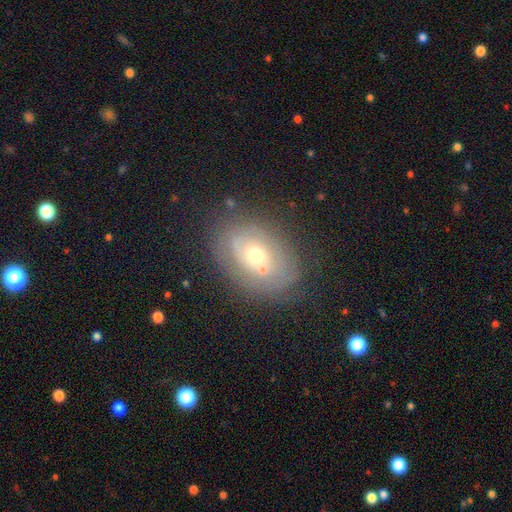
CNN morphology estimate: Smooth or featured? featured or disk (51%)
Edge-on disk? no (93%)
Merging? none (64%)